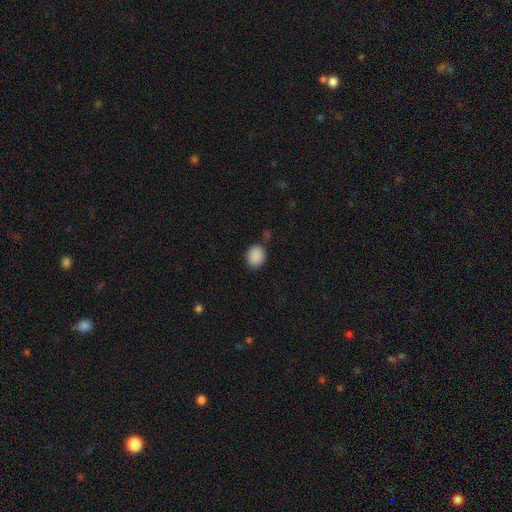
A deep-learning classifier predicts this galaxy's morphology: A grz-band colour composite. It shows a smooth galaxy with no disk features (89%) that is round (50%). Merging: none (79%).